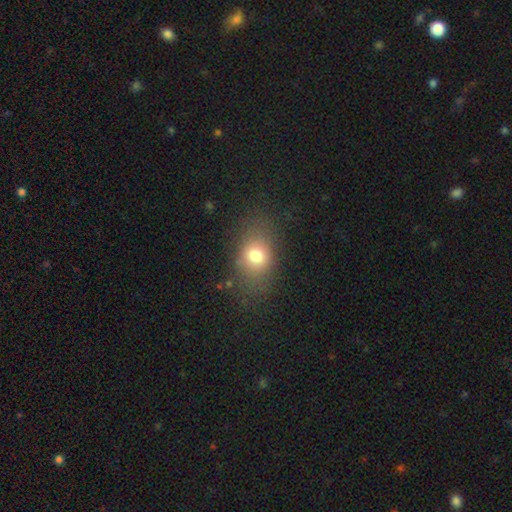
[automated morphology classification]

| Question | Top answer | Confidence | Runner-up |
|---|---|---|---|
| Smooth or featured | smooth | 71% | star or artifact (16%) |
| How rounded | in between | 67% | round (30%) |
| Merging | none | 81% | minor disturbance (13%) |